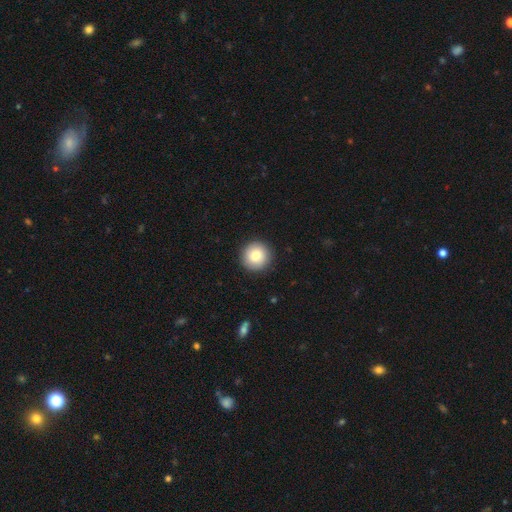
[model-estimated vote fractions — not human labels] Smooth or featured? smooth (82%)
How rounded? round (95%)
Merging? none (91%)